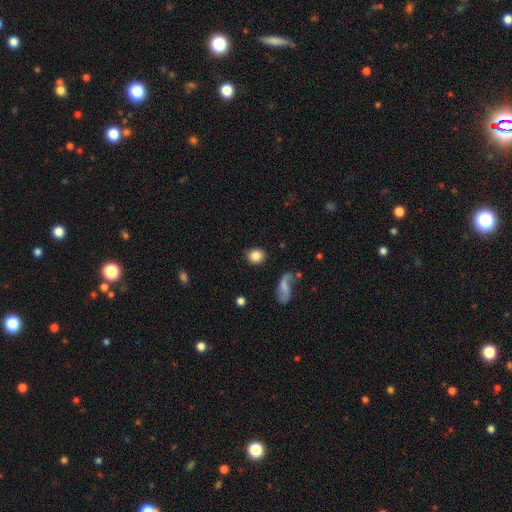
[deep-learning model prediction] Smooth or featured? Predicted: smooth (p=0.83). How rounded? Predicted: round (p=0.77). Merging? Predicted: none (p=0.84).